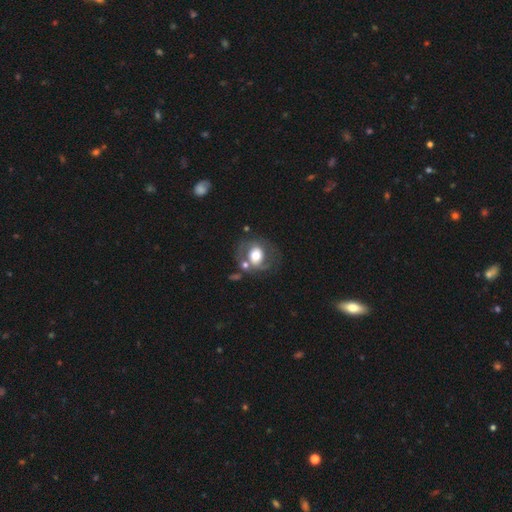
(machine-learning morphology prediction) featured or disk 48%, smooth 44%, star or artifact 8%. Down the decision tree: merging — none (56%).